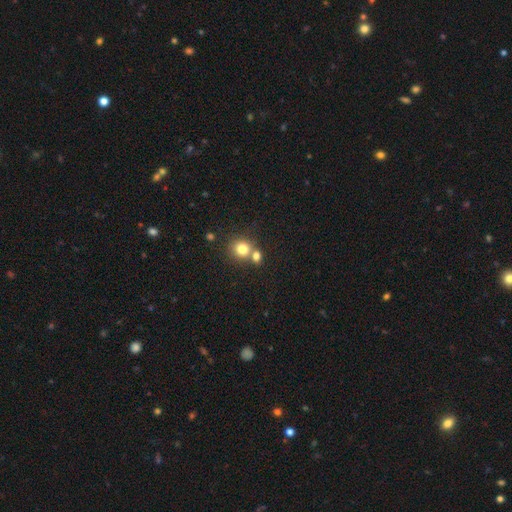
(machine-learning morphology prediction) This appears to be a smooth galaxy with no disk features (77%) that is round (84%). Merging: none (54%).